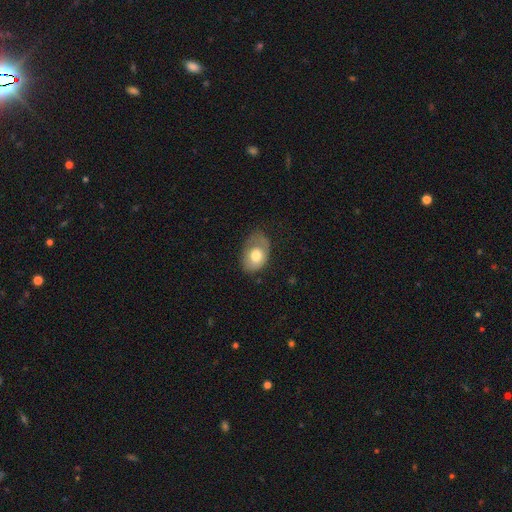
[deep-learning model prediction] Q: Smooth or featured?
A: smooth (68%); runner-up: featured or disk (25%)
Q: How rounded?
A: in between (78%); runner-up: round (21%)
Q: Merging?
A: none (41%); runner-up: minor disturbance (35%)